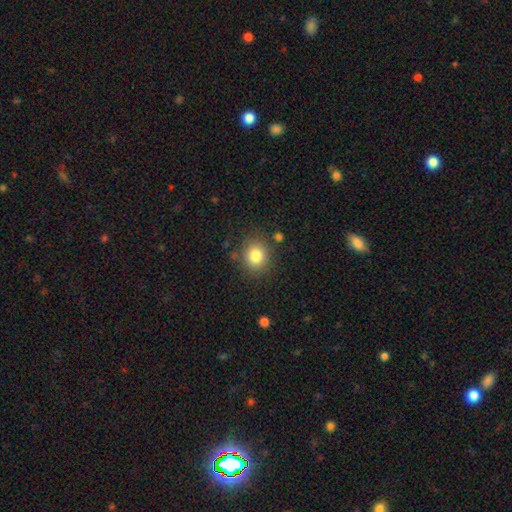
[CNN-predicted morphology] Smooth or featured? Predicted: smooth (p=0.82). How rounded? Predicted: round (p=0.81). Merging? Predicted: none (p=0.84).